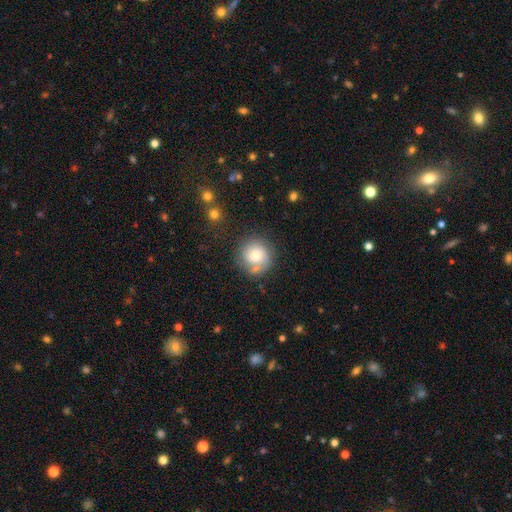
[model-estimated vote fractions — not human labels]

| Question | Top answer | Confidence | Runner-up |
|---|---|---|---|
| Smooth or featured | smooth | 66% | featured or disk (26%) |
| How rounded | round | 90% | in between (9%) |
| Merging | none | 66% | minor disturbance (18%) |